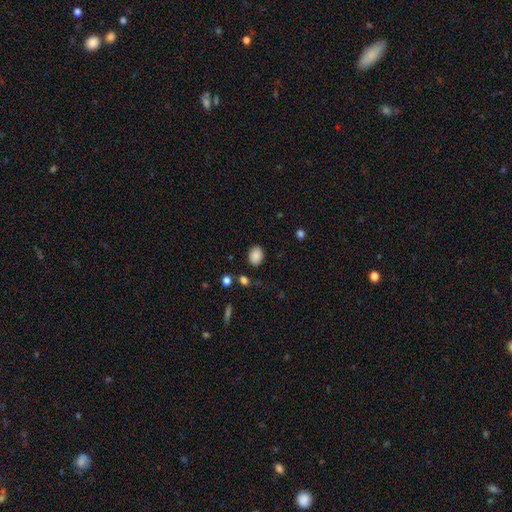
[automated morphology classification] Smooth or featured?
  - smooth: 87% *
  - star or artifact: 9%
  - featured or disk: 4%
How rounded?
  - in between: 67% *
  - round: 32%
  - cigar-shaped: 1%
Merging?
  - none: 83% *
  - minor disturbance: 11%
  - major disturbance: 3%
  - merger: 2%